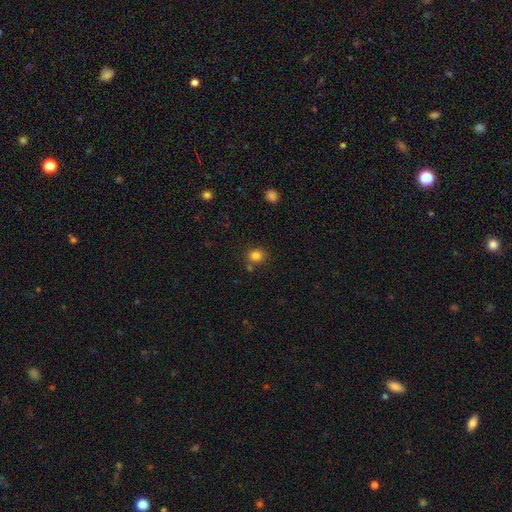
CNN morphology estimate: Overall: smooth (83%). How rounded: round (78%). Merging: none (76%).